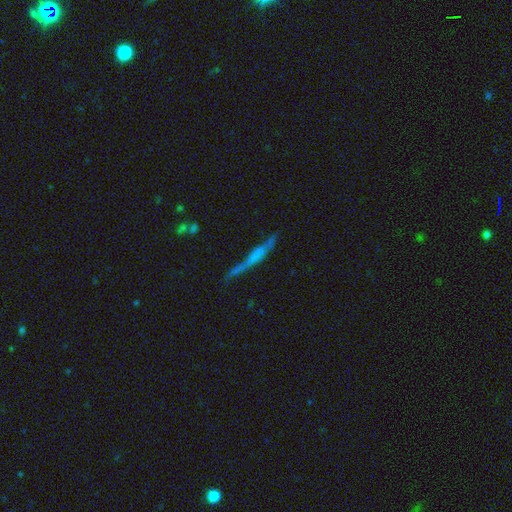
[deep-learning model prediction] Smooth or featured? featured or disk (53%)
Edge-on disk? yes (88%)
Merging? none (62%)